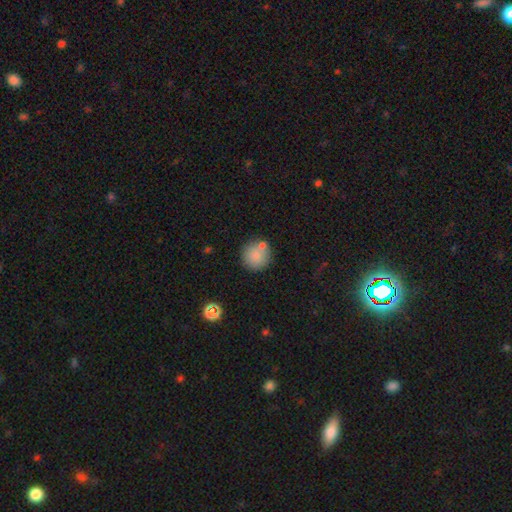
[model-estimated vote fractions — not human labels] Smooth or featured: smooth — 81% (star or artifact — 10%)
How rounded: round — 94% (in between — 5%)
Merging: none — 72% (merger — 14%)